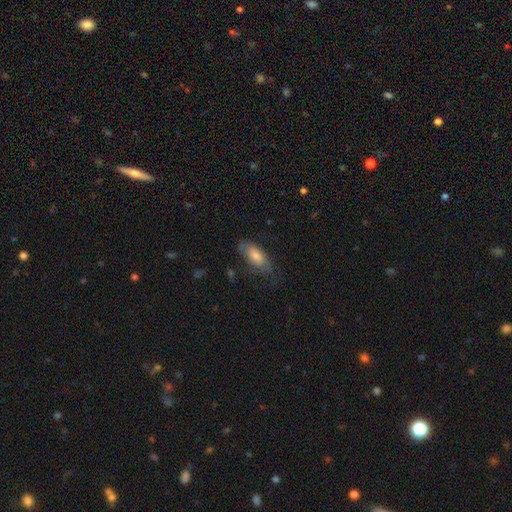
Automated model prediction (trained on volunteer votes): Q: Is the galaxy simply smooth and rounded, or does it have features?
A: smooth — 66%.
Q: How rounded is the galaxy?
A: in between — 84%.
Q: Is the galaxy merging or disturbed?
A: none — 64%.